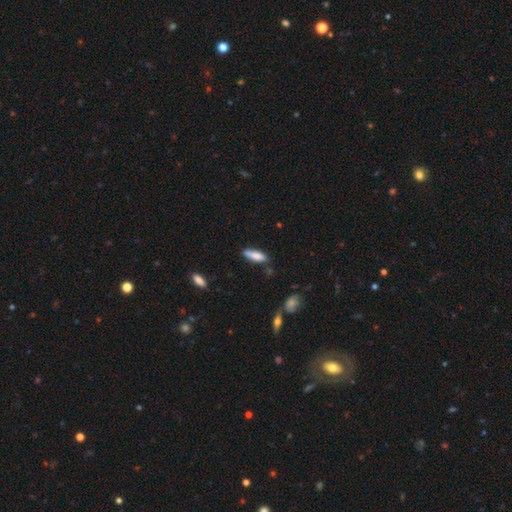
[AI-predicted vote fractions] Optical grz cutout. It shows a smooth galaxy with no disk features (82%) that is cigar-shaped (54%). Merging: none (73%).